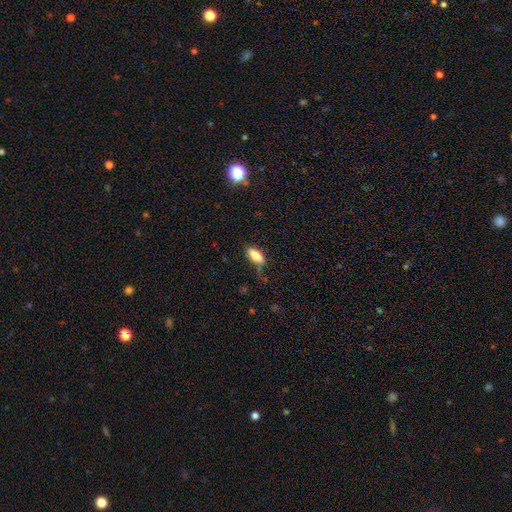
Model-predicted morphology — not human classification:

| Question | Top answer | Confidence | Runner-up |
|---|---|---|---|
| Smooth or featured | smooth | 83% | featured or disk (9%) |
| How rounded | in between | 85% | cigar-shaped (12%) |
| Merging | none | 63% | minor disturbance (25%) |